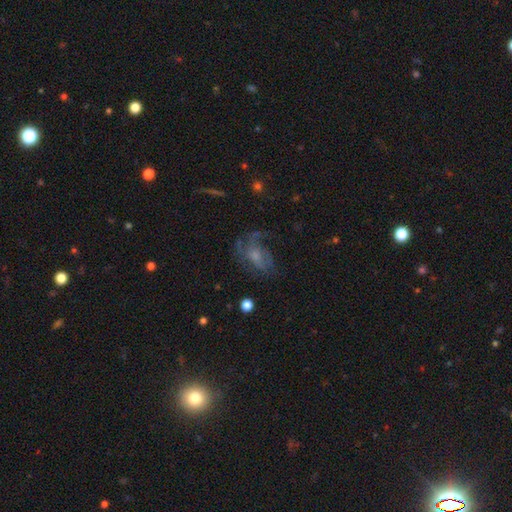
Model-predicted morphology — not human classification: Smooth or featured? featured or disk (53%)
Edge-on disk? no (96%)
Bar? no (75%)
Spiral arms? yes (57%)
Bulge size? moderate (37%)
Merging? none (42%)